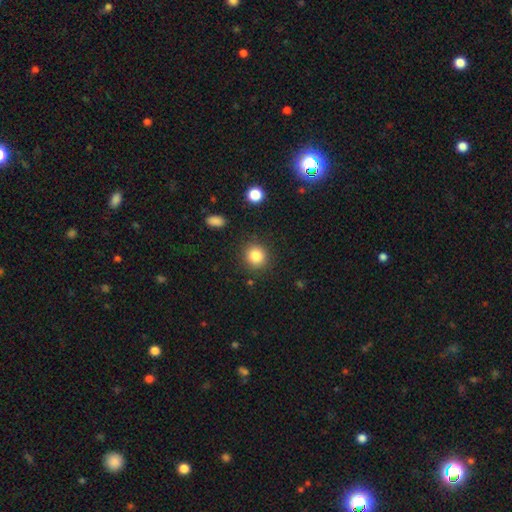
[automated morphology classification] type=smooth (84%); roundness=round (88%); merging=none (88%).